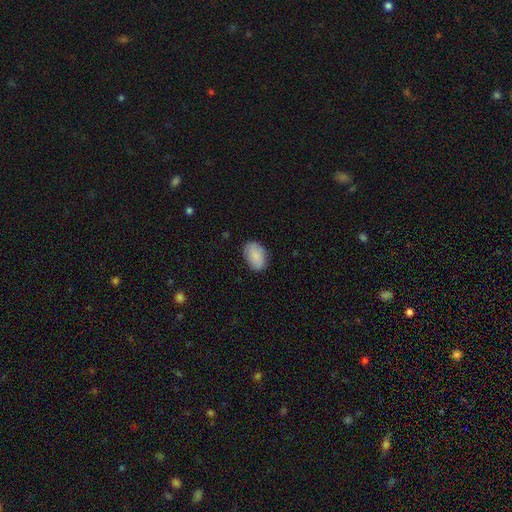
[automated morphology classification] Smooth or featured? smooth (85%)
How rounded? in between (89%)
Merging? none (81%)